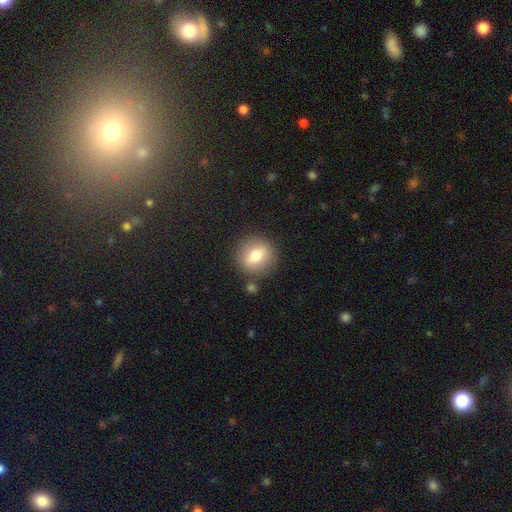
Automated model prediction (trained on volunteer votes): The model was most divided on "smooth or featured": smooth: 69%, featured or disk: 22%, star or artifact: 9%. More confident: merging — none (86%); how rounded — round (84%).